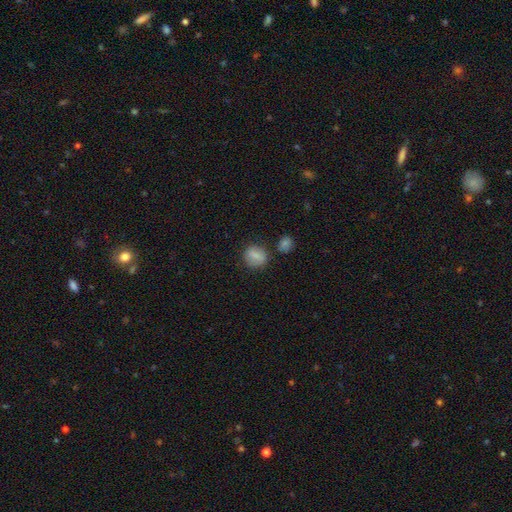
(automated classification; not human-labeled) Smooth or featured? Predicted: smooth (p=0.80). How rounded? Predicted: round (p=0.66). Merging? Predicted: none (p=0.74).